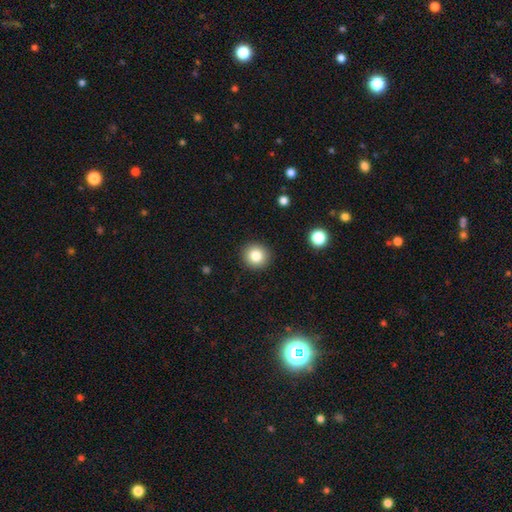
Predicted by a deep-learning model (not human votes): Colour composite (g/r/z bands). It shows a smooth galaxy with no disk features (82%) that is round (93%). Merging: none (92%).